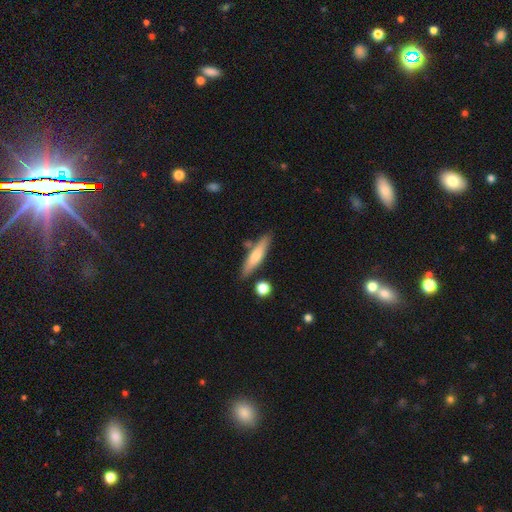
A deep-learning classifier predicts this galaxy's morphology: Smooth or featured?
  - smooth: 60% *
  - featured or disk: 34%
  - star or artifact: 6%
How rounded?
  - cigar-shaped: 82% *
  - in between: 16%
  - round: 2%
Merging?
  - none: 79% *
  - minor disturbance: 12%
  - merger: 7%
  - major disturbance: 3%